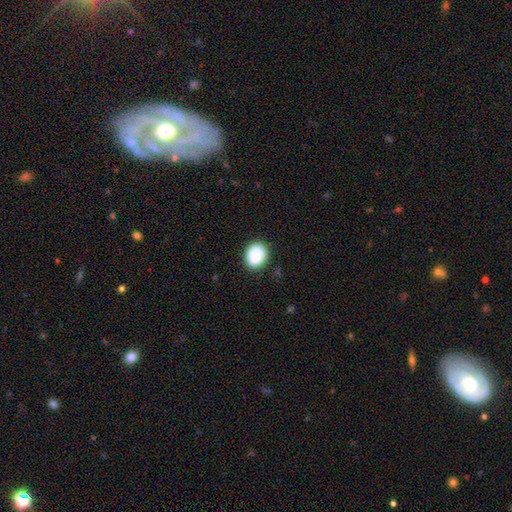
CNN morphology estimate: smooth_or_featured: smooth (p=0.74) [alt: featured or disk p=0.18]
how_rounded: round (p=0.63) [alt: in between p=0.36]
merging: none (p=0.75) [alt: minor disturbance p=0.17]